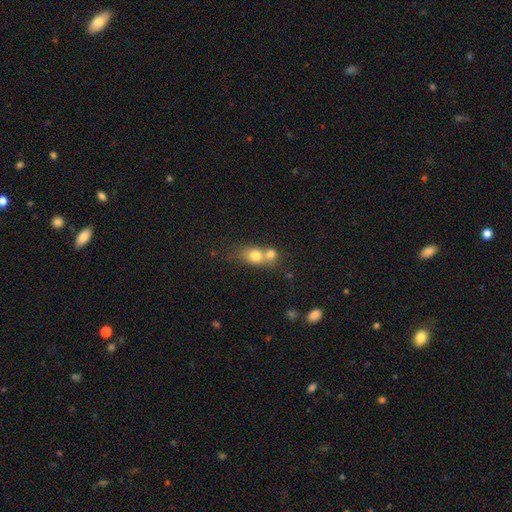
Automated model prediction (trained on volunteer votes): Overall: smooth (74%). How rounded: round (52%; in between 45%). Merging: merger (65%).